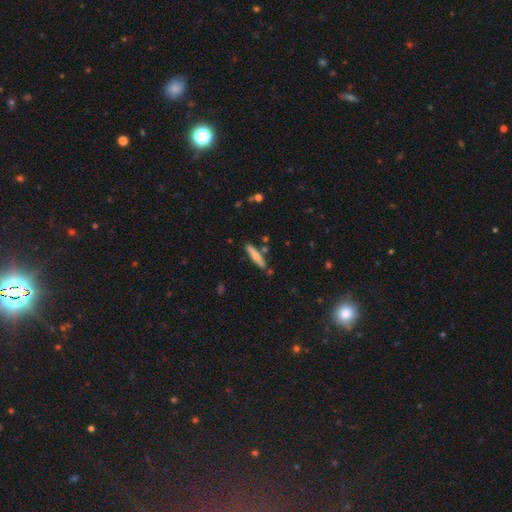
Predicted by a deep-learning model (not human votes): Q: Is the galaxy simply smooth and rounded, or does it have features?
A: smooth — 72%.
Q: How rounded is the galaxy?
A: cigar-shaped — 88%.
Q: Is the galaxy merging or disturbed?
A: none — 81%.